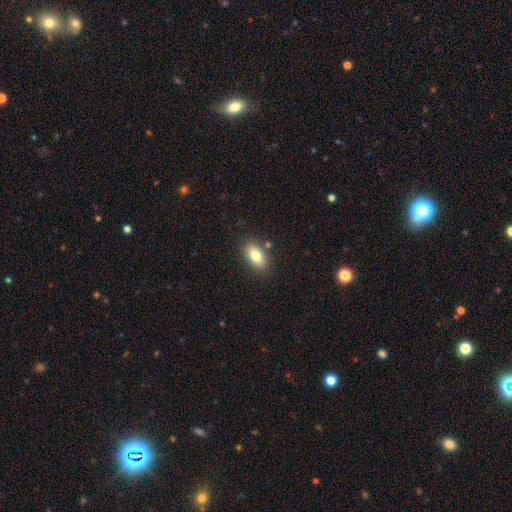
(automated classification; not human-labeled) Morphology: type=smooth (78%); roundness=in between (89%); merging=none (83%).